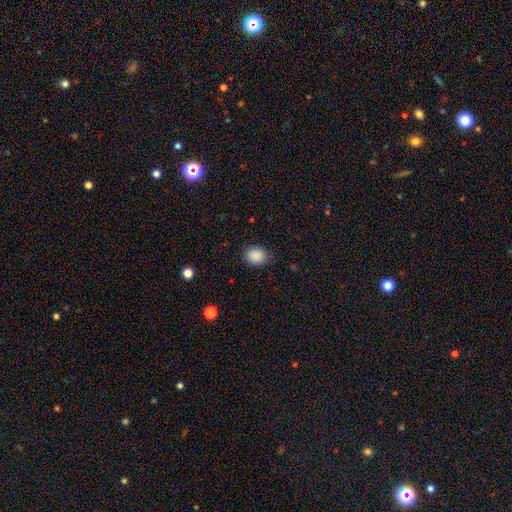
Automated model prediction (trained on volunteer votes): Smooth or featured? Predicted: smooth (p=0.88). How rounded? Predicted: round (p=0.51). Merging? Predicted: none (p=0.84).